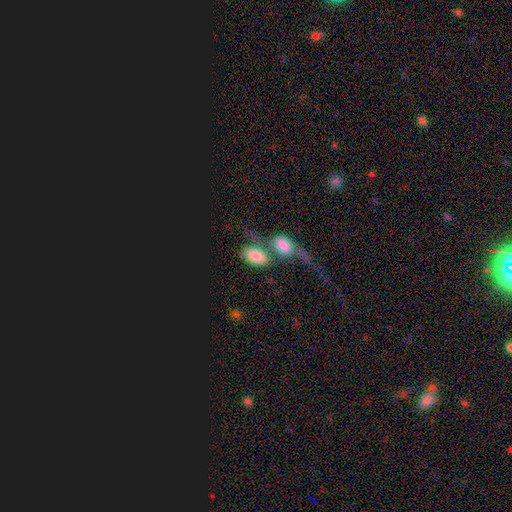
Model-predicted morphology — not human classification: smooth_or_featured: smooth (p=0.74) [alt: featured or disk p=0.18]
how_rounded: in between (p=0.93) [alt: round p=0.05]
merging: merger (p=0.52) [alt: none p=0.21]